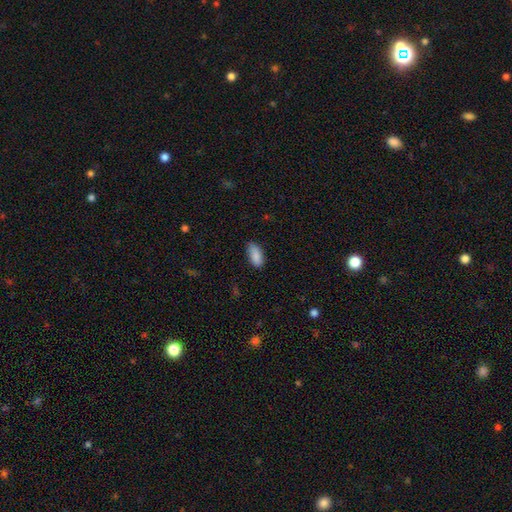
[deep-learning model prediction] Q: Smooth or featured?
A: smooth (88%); runner-up: star or artifact (7%)
Q: How rounded?
A: in between (90%); runner-up: cigar-shaped (8%)
Q: Merging?
A: none (76%); runner-up: minor disturbance (19%)